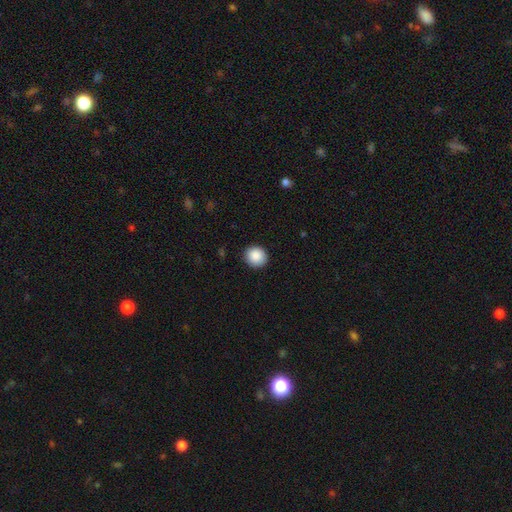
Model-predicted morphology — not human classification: Q: Smooth or featured?
A: smooth (89%); runner-up: star or artifact (8%)
Q: How rounded?
A: round (88%); runner-up: in between (11%)
Q: Merging?
A: none (91%); runner-up: minor disturbance (6%)